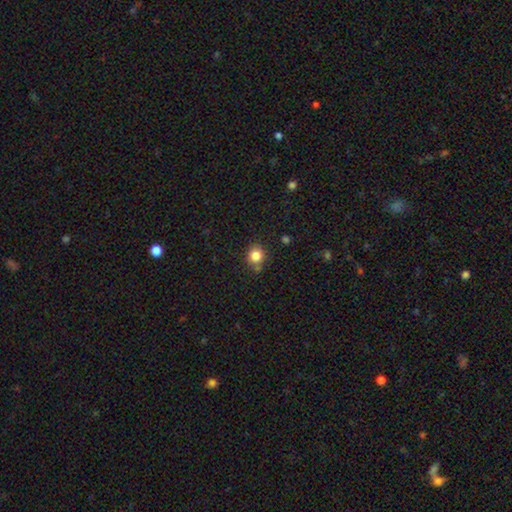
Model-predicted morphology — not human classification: The model was most divided on "merging": none: 79%, minor disturbance: 12%, merger: 6%, major disturbance: 3%. More confident: how rounded — round (87%); smooth or featured — smooth (84%).